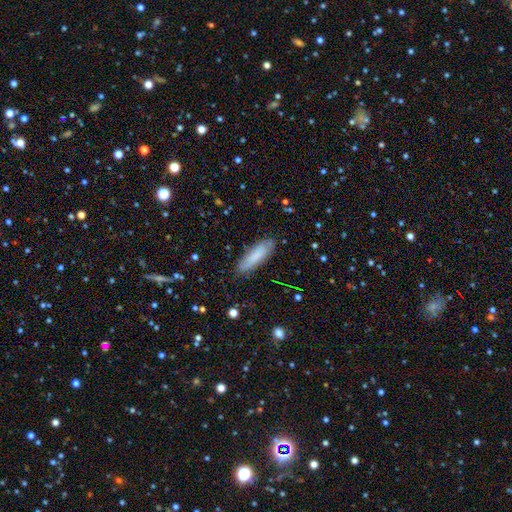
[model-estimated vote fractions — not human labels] This is likely a smooth galaxy (76%). How rounded: possibly cigar-shaped (56%). Merging: clearly none (83%).